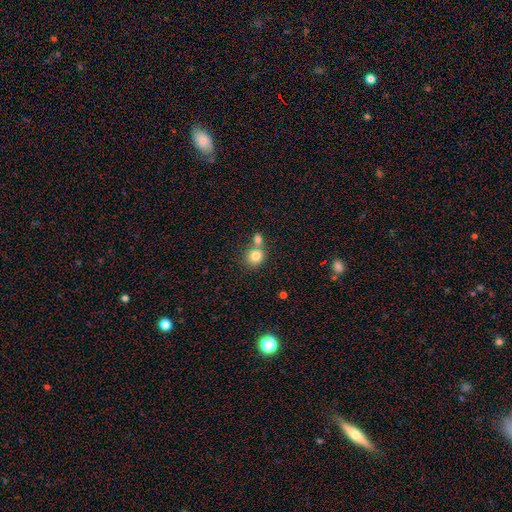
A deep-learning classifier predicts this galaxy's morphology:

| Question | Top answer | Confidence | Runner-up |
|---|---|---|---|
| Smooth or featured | smooth | 80% | star or artifact (10%) |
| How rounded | round | 81% | in between (18%) |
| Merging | none | 49% | merger (40%) |